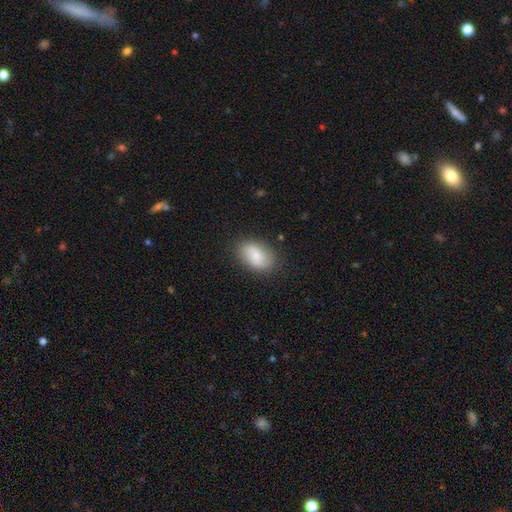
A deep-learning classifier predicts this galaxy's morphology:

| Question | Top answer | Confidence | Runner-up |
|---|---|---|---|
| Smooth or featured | smooth | 77% | featured or disk (16%) |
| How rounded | in between | 89% | round (10%) |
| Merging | none | 81% | minor disturbance (14%) |